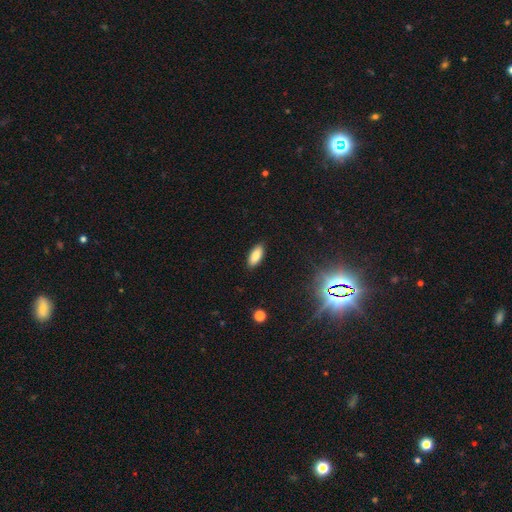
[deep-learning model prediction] The model was most divided on "how rounded": in between: 84%, cigar-shaped: 14%, round: 2%. More confident: merging — none (88%); smooth or featured — smooth (86%).